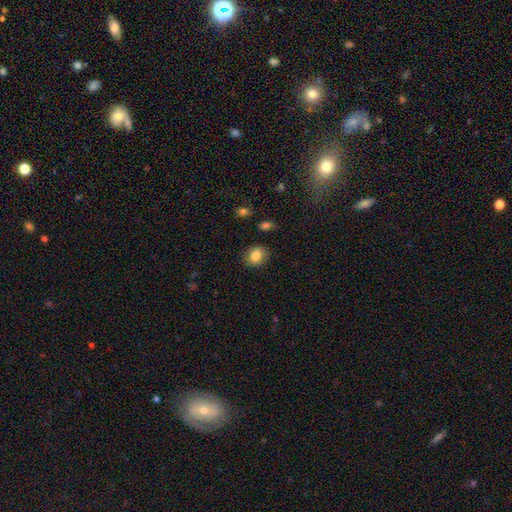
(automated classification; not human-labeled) A smooth galaxy with no disk features (83%) that is round (59%).

Vote fractions:
- Smooth or featured? smooth: 83% / star or artifact: 9% / featured or disk: 8%
- How rounded? round: 59% / in between: 40% / cigar-shaped: 1%
- Merging? none: 87% / minor disturbance: 10% / major disturbance: 3% / merger: 1%